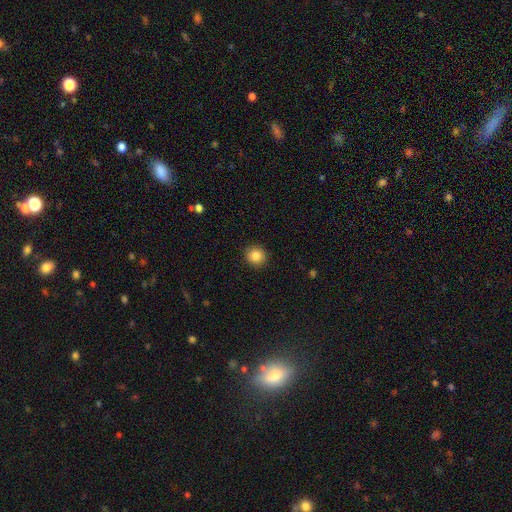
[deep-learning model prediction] smooth 86%, star or artifact 10%, featured or disk 5%. Down the decision tree: how rounded — round (88%); merging — none (92%).